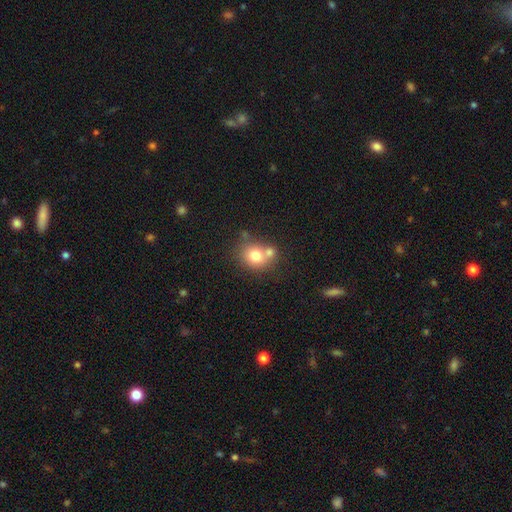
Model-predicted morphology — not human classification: Smooth or featured: smooth — 75% (featured or disk — 15%)
How rounded: round — 70% (in between — 29%)
Merging: none — 43% (merger — 42%)